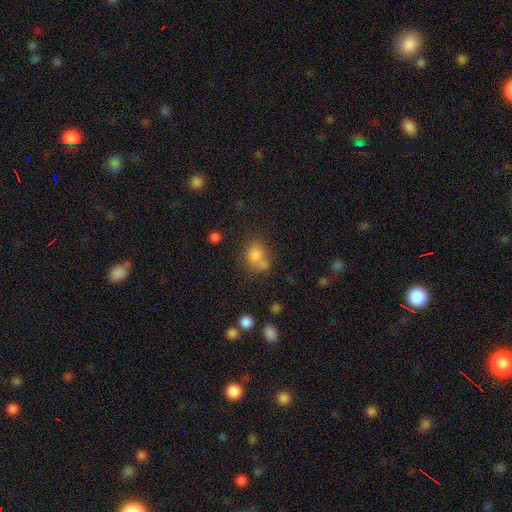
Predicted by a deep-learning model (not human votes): The model was most divided on "merging": none: 47%, merger: 30%, minor disturbance: 16%, major disturbance: 7%. More confident: smooth or featured — smooth (78%); how rounded — round (63%).